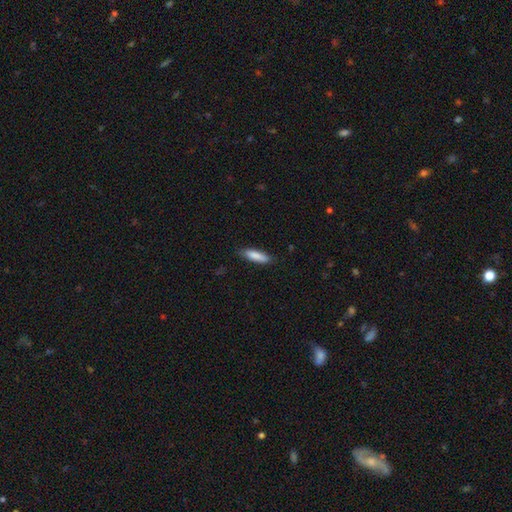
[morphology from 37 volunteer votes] This is clearly a smooth galaxy (89%). How rounded: likely cigar-shaped (61%). Merging: clearly none (97%).